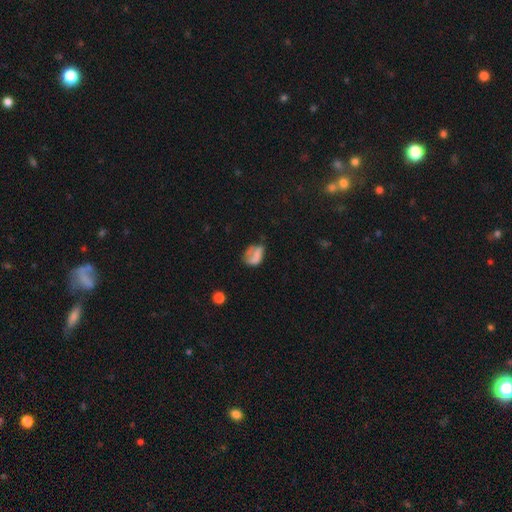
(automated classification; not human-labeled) smooth_or_featured: smooth (p=0.60) [alt: featured or disk p=0.28]
how_rounded: in between (p=0.70) [alt: round p=0.28]
merging: none (p=0.35) [alt: minor disturbance p=0.30]